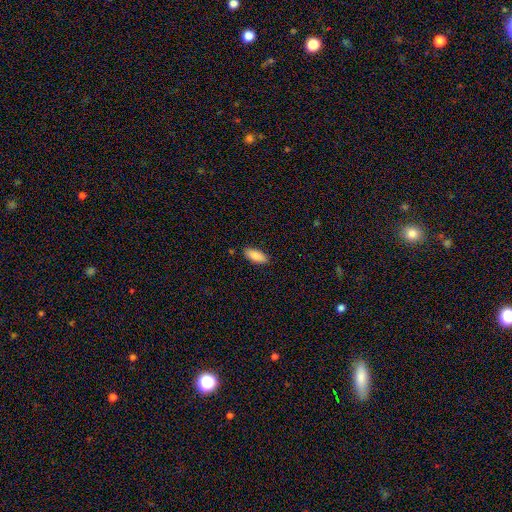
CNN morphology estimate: The model was most divided on "how rounded": in between: 82%, cigar-shaped: 16%, round: 2%. More confident: merging — none (87%); smooth or featured — smooth (86%).